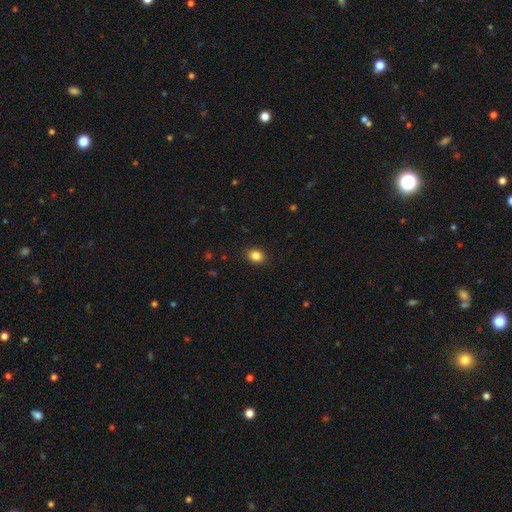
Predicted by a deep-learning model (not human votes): smooth 84%, star or artifact 10%, featured or disk 6%. Down the decision tree: how rounded — in between (54%); merging — none (90%).